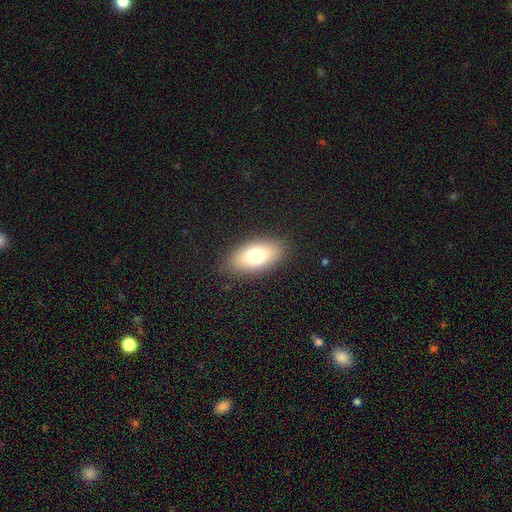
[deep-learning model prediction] smooth 73%, featured or disk 17%, star or artifact 10%. Down the decision tree: how rounded — in between (89%); merging — none (85%).